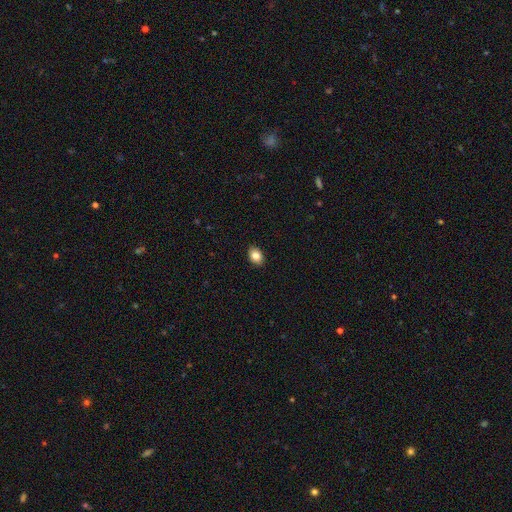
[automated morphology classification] Q: Smooth or featured?
A: smooth (82%); runner-up: featured or disk (9%)
Q: How rounded?
A: in between (77%); runner-up: round (22%)
Q: Merging?
A: none (90%); runner-up: minor disturbance (7%)